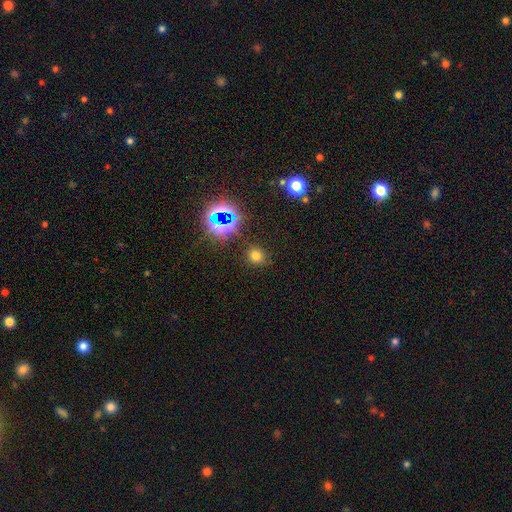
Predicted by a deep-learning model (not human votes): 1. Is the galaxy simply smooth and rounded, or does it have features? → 66% smooth, 26% star or artifact, 8% featured or disk.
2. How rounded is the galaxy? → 81% round, 18% in between, 1% cigar-shaped.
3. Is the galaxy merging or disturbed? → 86% none, 8% minor disturbance, 3% major disturbance, 2% merger.